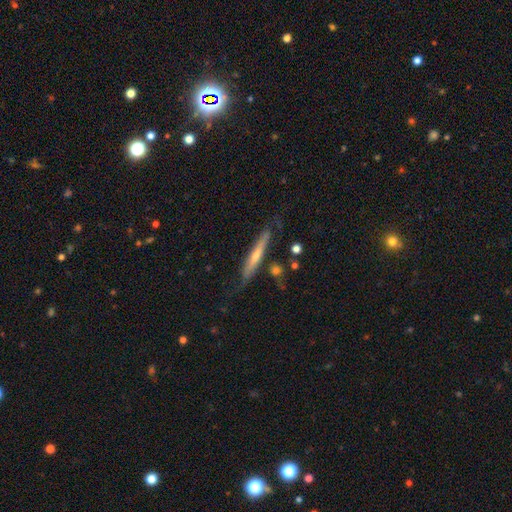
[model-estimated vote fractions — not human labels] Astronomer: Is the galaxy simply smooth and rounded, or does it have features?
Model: featured or disk — 61%.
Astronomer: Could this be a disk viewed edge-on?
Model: yes — 91%.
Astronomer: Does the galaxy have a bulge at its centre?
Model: rounded — 60% (runner-up: none, 36%).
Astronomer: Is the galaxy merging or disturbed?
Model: none — 75%.